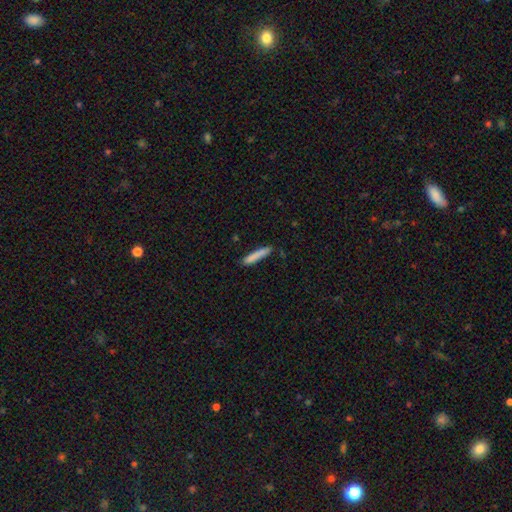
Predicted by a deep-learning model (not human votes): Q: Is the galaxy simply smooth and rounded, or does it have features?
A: smooth — 83%.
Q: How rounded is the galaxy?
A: cigar-shaped — 92%.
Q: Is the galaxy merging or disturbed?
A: none — 84%.